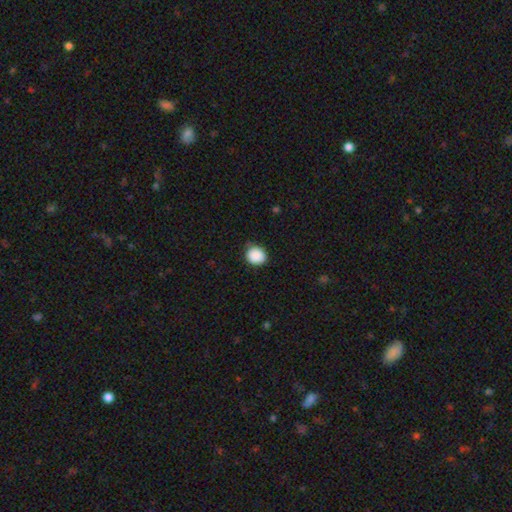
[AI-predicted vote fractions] The model was most divided on "how rounded": round: 76%, in between: 23%, cigar-shaped: 1%. More confident: smooth or featured — smooth (89%); merging — none (81%).